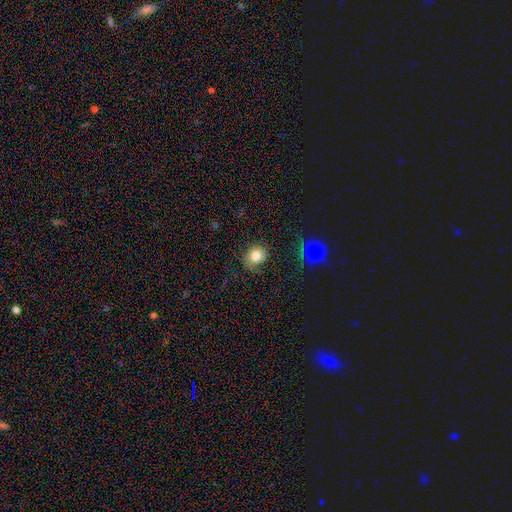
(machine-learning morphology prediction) smooth 78%, star or artifact 12%, featured or disk 10%. Down the decision tree: how rounded — round (70%); merging — none (74%).